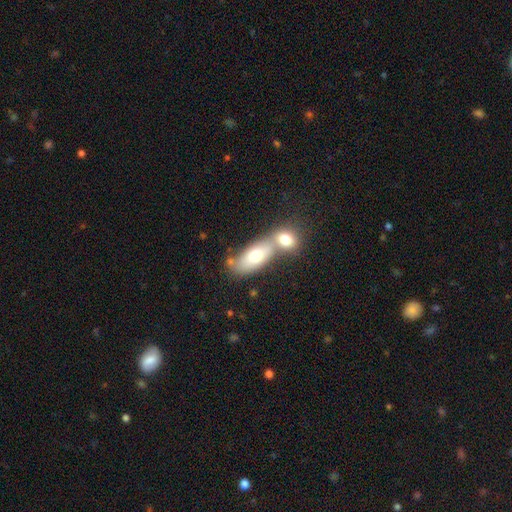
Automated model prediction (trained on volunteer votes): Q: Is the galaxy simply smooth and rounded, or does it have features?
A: smooth — 70%.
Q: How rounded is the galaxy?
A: in between — 79%.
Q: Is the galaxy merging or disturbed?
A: merger — 61%.